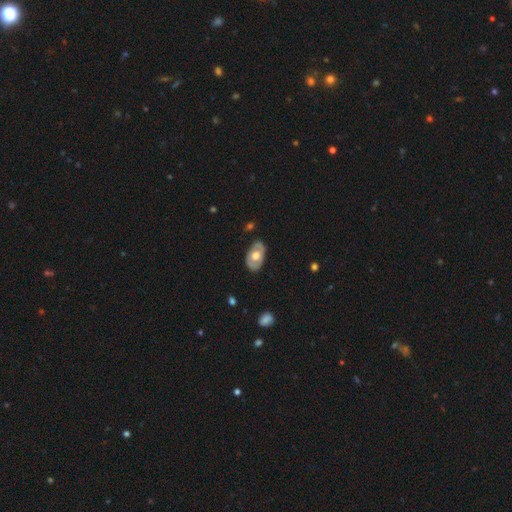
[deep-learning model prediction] This appears to be a featured or disk galaxy (51%). Merging: none (78%).